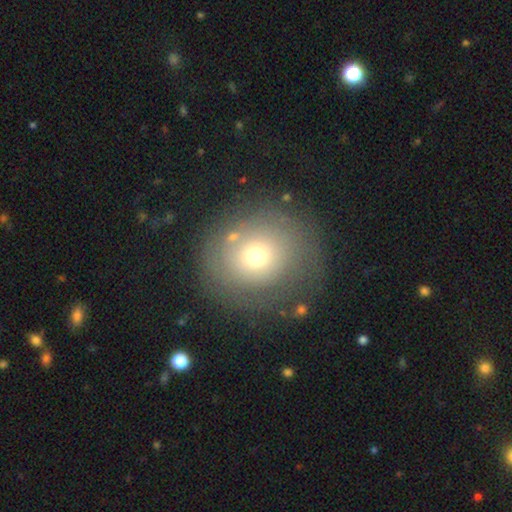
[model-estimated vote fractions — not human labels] A smooth galaxy with no disk features (60%) that is round (83%). Merging: none (72%).